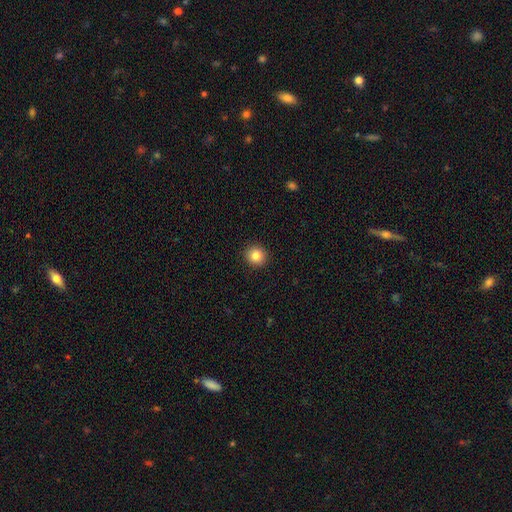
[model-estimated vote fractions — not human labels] Smooth or featured: smooth — 84% (star or artifact — 10%)
How rounded: round — 90% (in between — 9%)
Merging: none — 92% (minor disturbance — 5%)